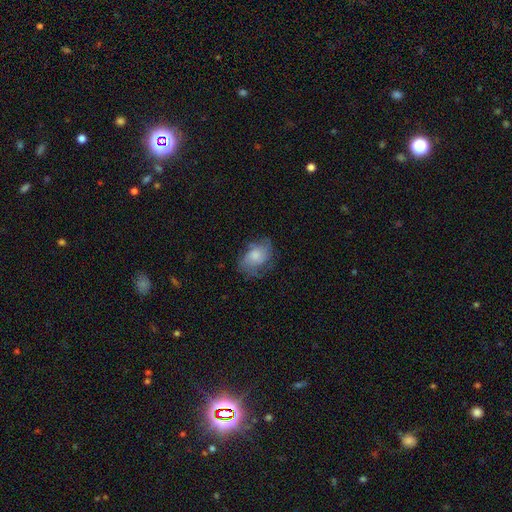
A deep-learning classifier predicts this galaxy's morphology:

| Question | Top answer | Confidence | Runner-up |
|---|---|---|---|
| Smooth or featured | smooth | 50% | featured or disk (42%) |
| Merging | none | 58% | minor disturbance (26%) |